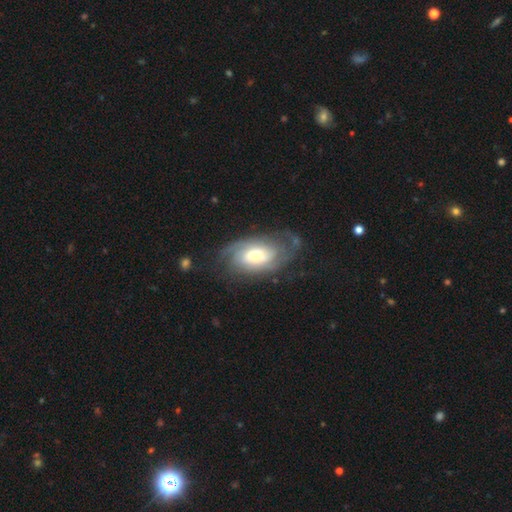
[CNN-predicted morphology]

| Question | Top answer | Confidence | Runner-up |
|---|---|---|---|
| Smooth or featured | featured or disk | 74% | smooth (20%) |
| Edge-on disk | no | 95% | yes (5%) |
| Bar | no | 62% | weak (30%) |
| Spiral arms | yes | 93% | no (7%) |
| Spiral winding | tight | 52% | medium (35%) |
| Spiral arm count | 2 | 41% | can't tell (30%) |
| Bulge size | moderate | 43% | large (37%) |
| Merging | none | 63% | minor disturbance (22%) |